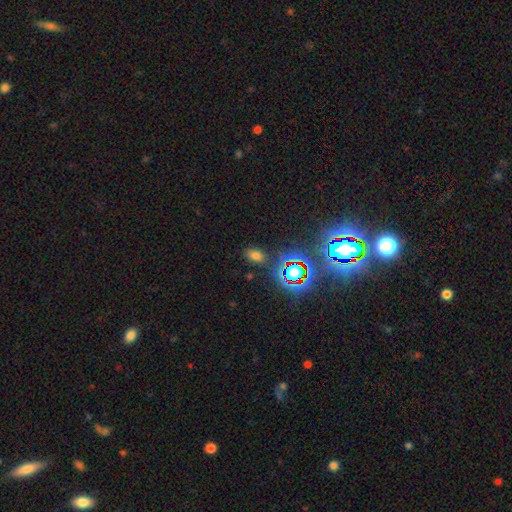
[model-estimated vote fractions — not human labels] A smooth galaxy with no disk features (61%) that is in between round and cigar-shaped (85%).

Vote fractions:
- Smooth or featured? smooth: 61% / star or artifact: 31% / featured or disk: 8%
- How rounded? in between: 85% / round: 13% / cigar-shaped: 2%
- Merging? none: 83% / minor disturbance: 10% / major disturbance: 4% / merger: 3%